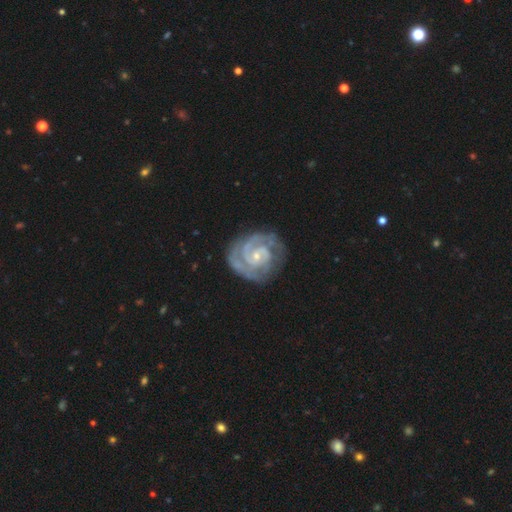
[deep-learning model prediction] A featured or disk galaxy (90%) with no bar (59%), 2 (58%) tight (71%) spiral arms (98%) and a small central bulge (75%). Merging: none (76%).